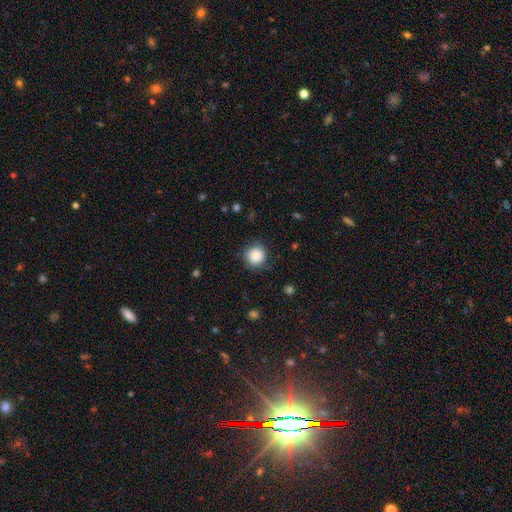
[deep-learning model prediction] This is clearly a smooth galaxy (83%). How rounded: clearly round (92%). Merging: clearly none (82%).